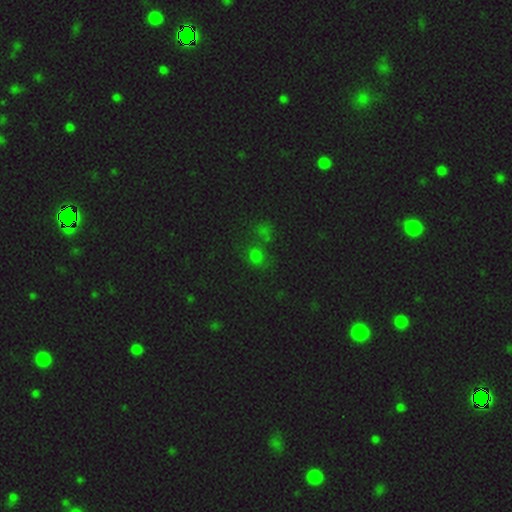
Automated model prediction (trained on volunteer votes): A smooth galaxy with no disk features (56%) that is round (65%). Merging: none (57%).